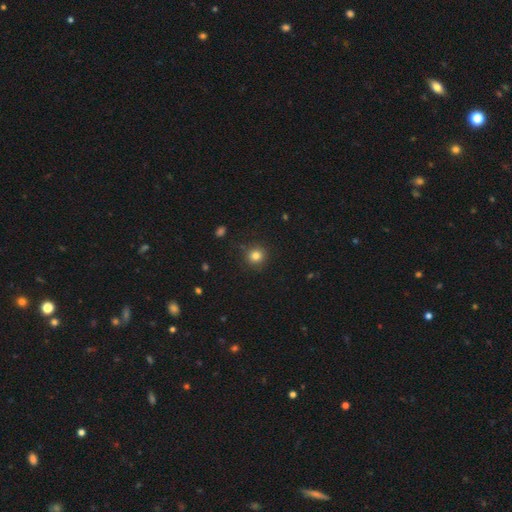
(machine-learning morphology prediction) Smooth or featured? Predicted: smooth (p=0.82). How rounded? Predicted: round (p=0.93). Merging? Predicted: none (p=0.89).